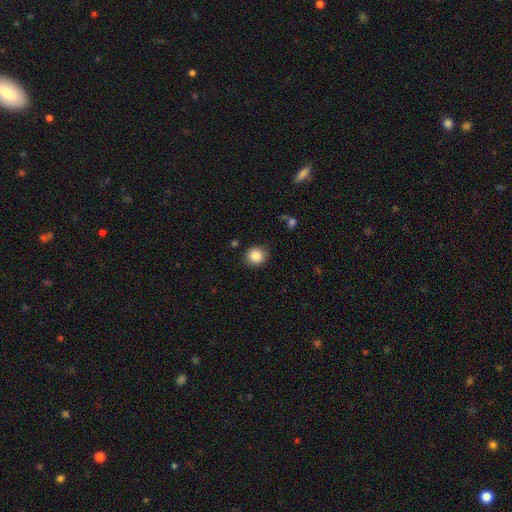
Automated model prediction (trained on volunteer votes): smooth_or_featured: smooth (p=0.86) [alt: star or artifact p=0.09]
how_rounded: round (p=0.88) [alt: in between p=0.11]
merging: none (p=0.88) [alt: minor disturbance p=0.08]